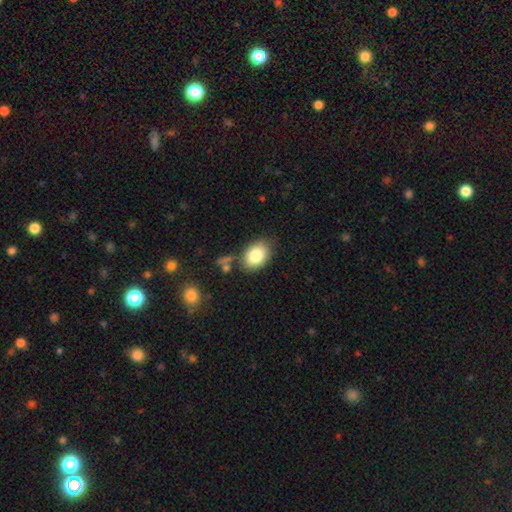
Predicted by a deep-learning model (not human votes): Overall: smooth (83%). How rounded: in between (76%). Merging: none (74%).